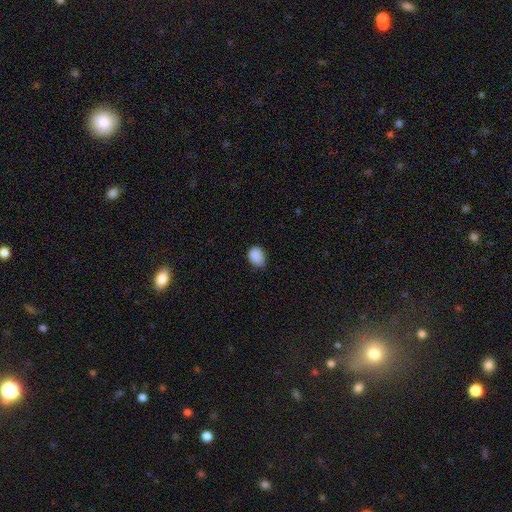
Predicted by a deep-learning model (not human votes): Smooth or featured: smooth — 87% (star or artifact — 8%)
How rounded: in between — 67% (round — 32%)
Merging: none — 61% (minor disturbance — 33%)